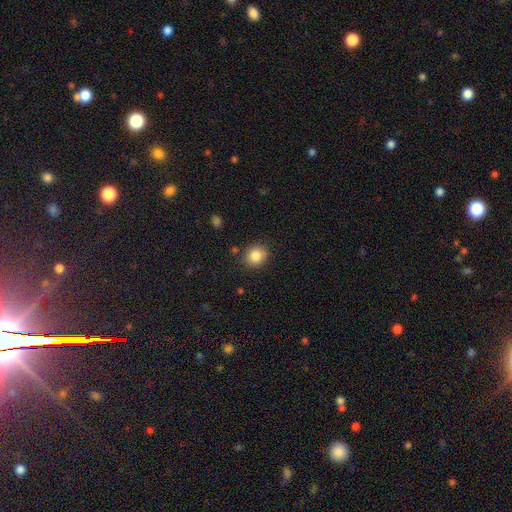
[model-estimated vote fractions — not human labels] Smooth or featured? Predicted: smooth (p=0.85). How rounded? Predicted: round (p=0.77). Merging? Predicted: none (p=0.84).